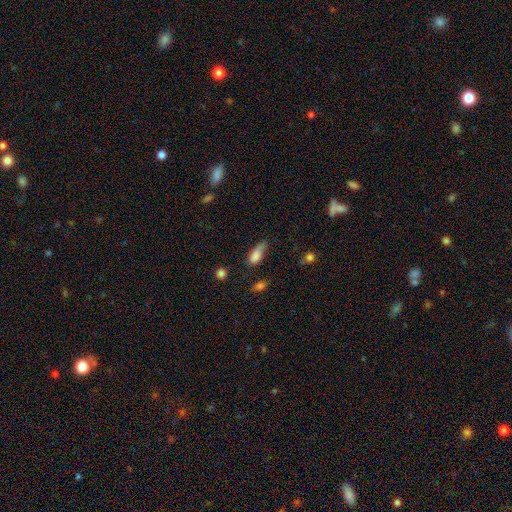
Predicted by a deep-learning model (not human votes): Q: Smooth or featured?
A: smooth (79%); runner-up: featured or disk (12%)
Q: How rounded?
A: in between (80%); runner-up: cigar-shaped (15%)
Q: Merging?
A: minor disturbance (40%); runner-up: none (33%)